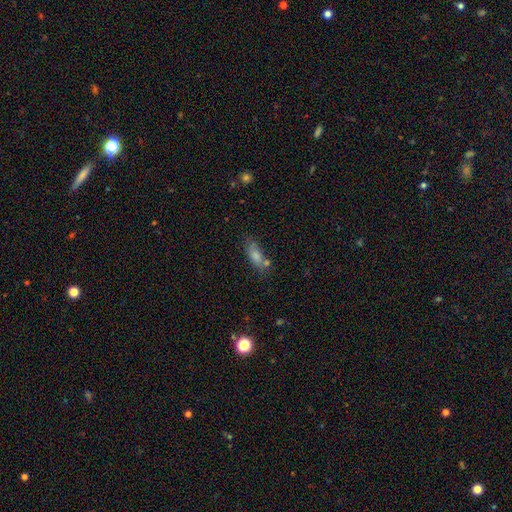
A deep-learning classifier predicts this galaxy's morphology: Q: Smooth or featured?
A: smooth (76%); runner-up: featured or disk (14%)
Q: How rounded?
A: in between (73%); runner-up: cigar-shaped (23%)
Q: Merging?
A: none (50%); runner-up: merger (22%)